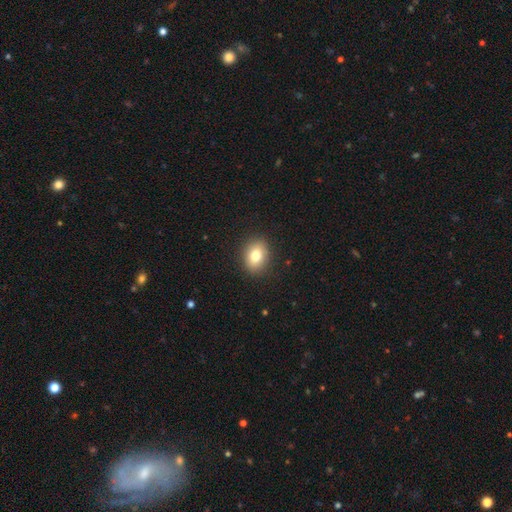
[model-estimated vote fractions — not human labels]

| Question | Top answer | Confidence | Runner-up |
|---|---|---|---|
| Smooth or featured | smooth | 79% | featured or disk (11%) |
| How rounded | in between | 58% | round (40%) |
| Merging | none | 89% | minor disturbance (8%) |